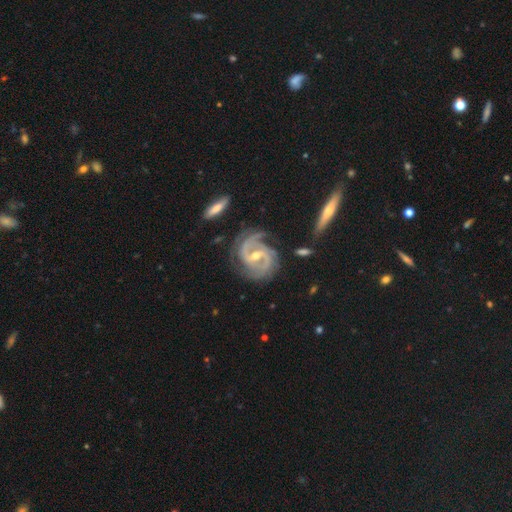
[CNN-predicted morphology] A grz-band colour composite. It shows a featured or disk galaxy (92%) with a weak bar (43%), 2 (69%) medium (47%) spiral arms (98%) and a moderate central bulge (56%). Merging: none (71%).